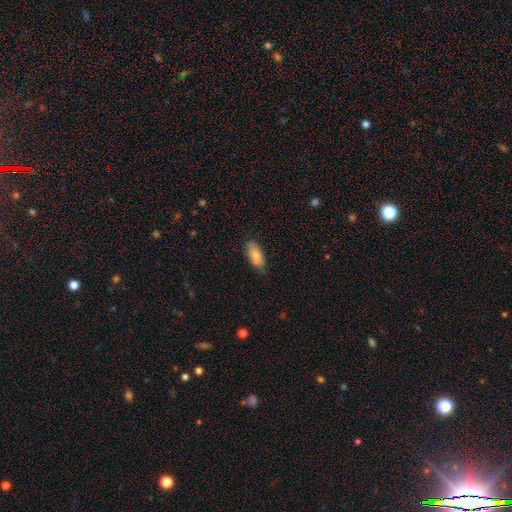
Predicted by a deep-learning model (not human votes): Smooth or featured: smooth — 74% (featured or disk — 18%)
How rounded: in between — 83% (cigar-shaped — 14%)
Merging: none — 59% (minor disturbance — 22%)